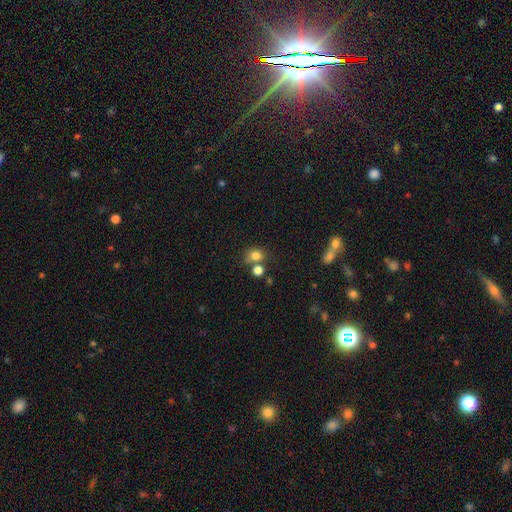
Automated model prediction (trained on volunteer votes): This is likely a smooth galaxy (78%). How rounded: likely round (63%). Merging: possibly none (55%).